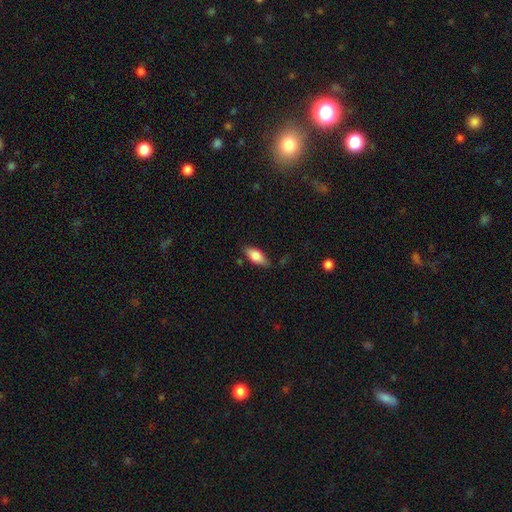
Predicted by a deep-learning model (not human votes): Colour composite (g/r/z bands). It shows a smooth galaxy with no disk features (77%) that is in between round and cigar-shaped (81%). Merging: none (76%).